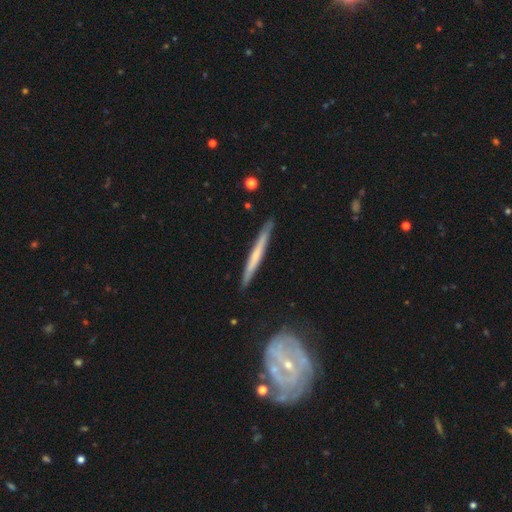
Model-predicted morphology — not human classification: Overall: featured or disk (53%; smooth 41%). Edge-on disk: yes (94%). Edge-on bulge: none (74%). Merging: none (87%).